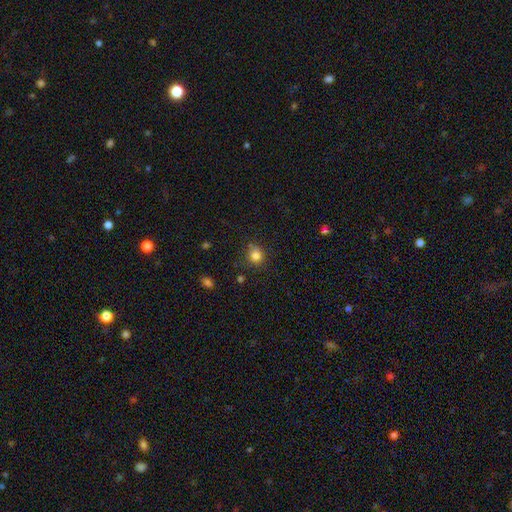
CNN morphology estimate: smooth 82%, star or artifact 12%, featured or disk 6%. Down the decision tree: how rounded — round (80%); merging — none (74%).